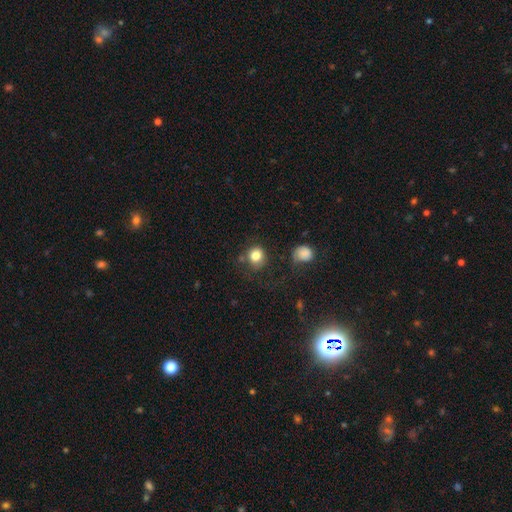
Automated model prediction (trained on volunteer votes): This appears to be a smooth galaxy with no disk features (83%) that is round (82%). Merging: none (71%).